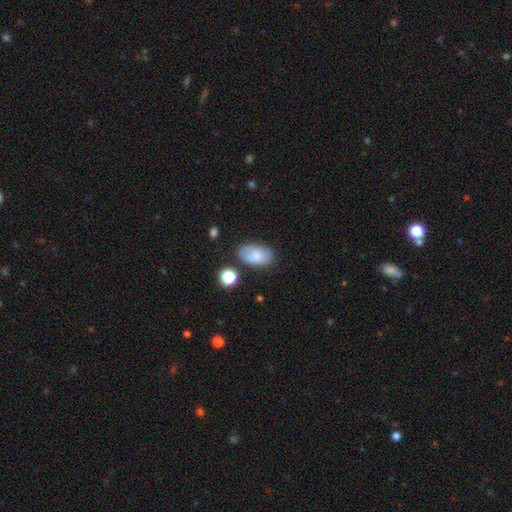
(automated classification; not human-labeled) Overall: smooth (72%). How rounded: in between (91%). Merging: none (66%).